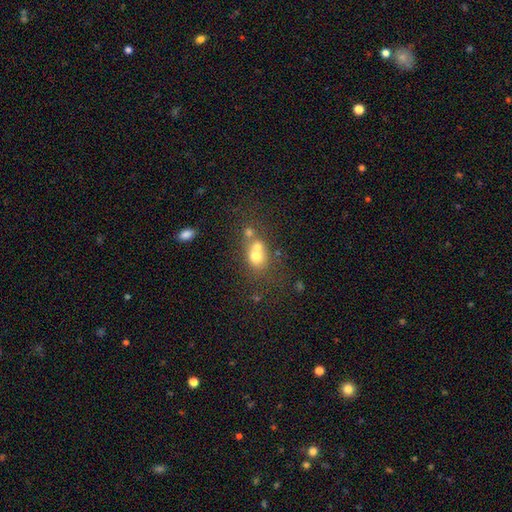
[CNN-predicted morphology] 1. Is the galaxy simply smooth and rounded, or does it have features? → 64% smooth, 22% featured or disk, 14% star or artifact.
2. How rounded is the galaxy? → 59% round, 39% in between, 1% cigar-shaped.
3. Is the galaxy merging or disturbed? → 58% merger, 29% none, 8% minor disturbance, 5% major disturbance.